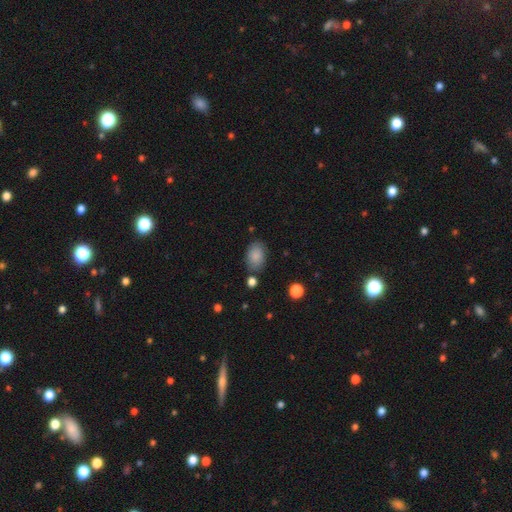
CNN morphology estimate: Smooth or featured? smooth (86%)
How rounded? in between (86%)
Merging? none (78%)